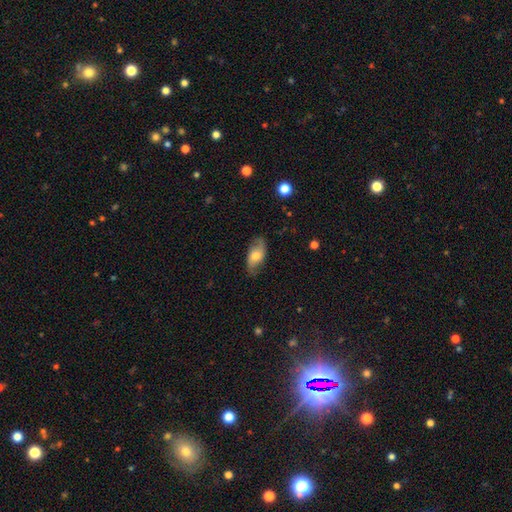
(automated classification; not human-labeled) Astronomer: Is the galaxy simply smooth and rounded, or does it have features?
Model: smooth — 53% (runner-up: featured or disk, 40%).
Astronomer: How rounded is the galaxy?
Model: in between — 88%.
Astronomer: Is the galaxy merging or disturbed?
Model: none — 76%.